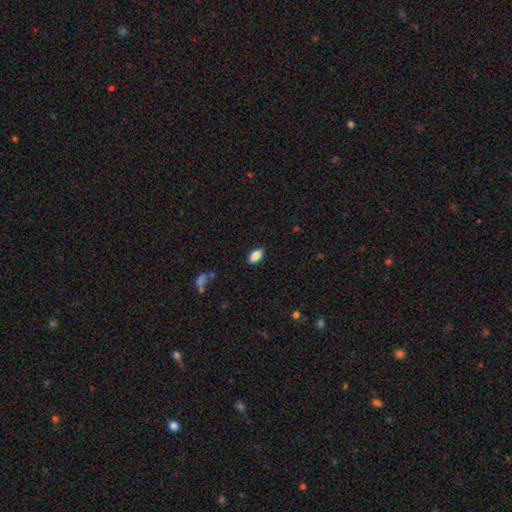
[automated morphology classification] Overall: smooth (85%). How rounded: in between (88%). Merging: none (87%).